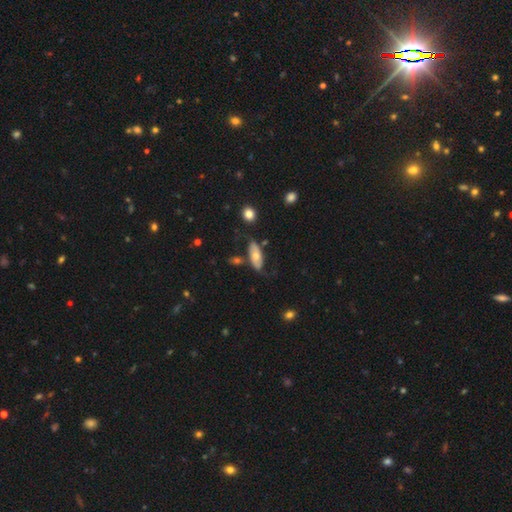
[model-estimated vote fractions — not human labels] Smooth or featured: smooth — 57% (featured or disk — 37%)
How rounded: in between — 83% (cigar-shaped — 15%)
Merging: none — 59% (minor disturbance — 24%)